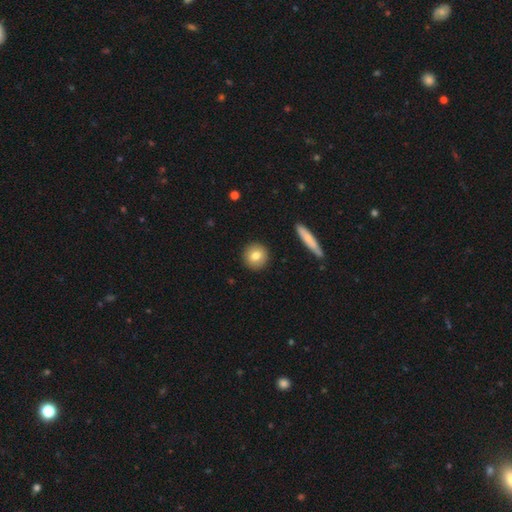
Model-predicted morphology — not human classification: smooth 78%, featured or disk 14%, star or artifact 8%. Down the decision tree: how rounded — round (91%); merging — none (92%).